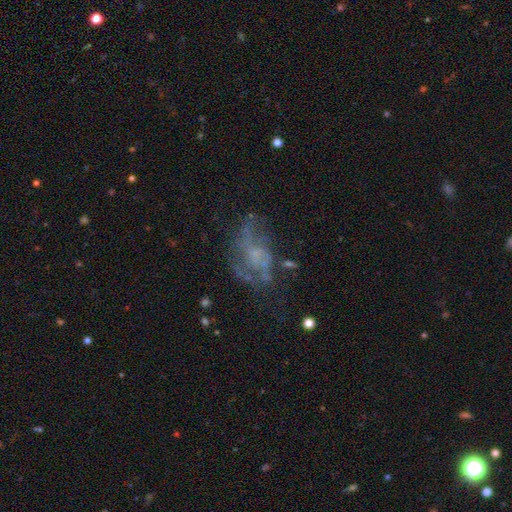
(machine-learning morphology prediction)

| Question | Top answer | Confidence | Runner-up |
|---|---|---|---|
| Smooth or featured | featured or disk | 65% | smooth (19%) |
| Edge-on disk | no | 96% | yes (4%) |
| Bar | no | 75% | weak (21%) |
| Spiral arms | yes | 54% | no (46%) |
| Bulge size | none | 51% | small (31%) |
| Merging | none | 43% | major disturbance (32%) |